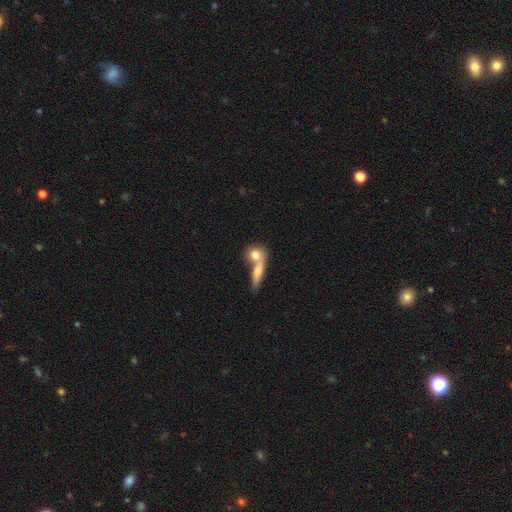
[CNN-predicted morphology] Smooth or featured: smooth — 75% (featured or disk — 17%)
How rounded: round — 62% (in between — 25%)
Merging: merger — 53% (none — 34%)